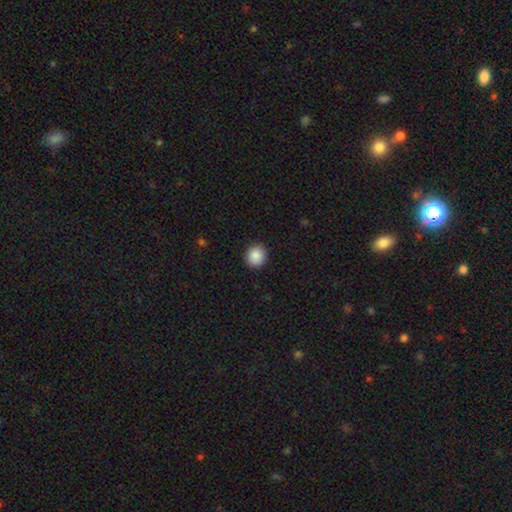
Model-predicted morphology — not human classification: Smooth or featured? Predicted: smooth (p=0.89). How rounded? Predicted: round (p=0.85). Merging? Predicted: none (p=0.91).